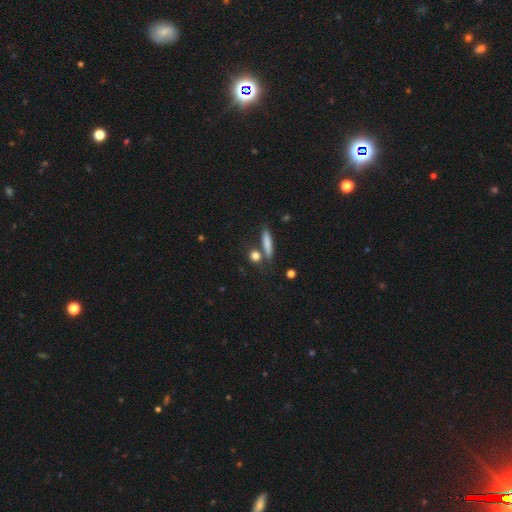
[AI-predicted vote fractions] smooth_or_featured: smooth (p=0.79) [alt: featured or disk p=0.11]
how_rounded: round (p=0.52) [alt: cigar-shaped p=0.28]
merging: none (p=0.70) [alt: merger p=0.14]